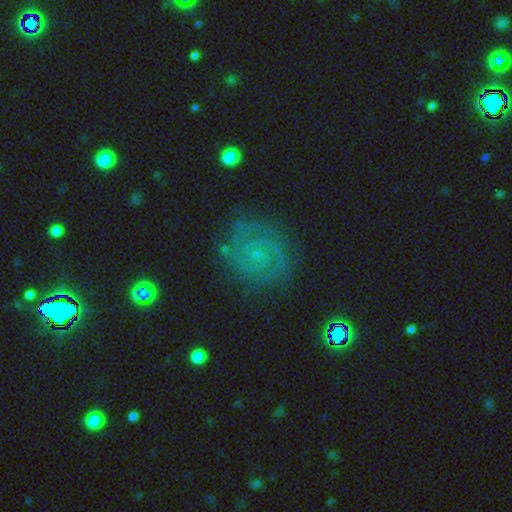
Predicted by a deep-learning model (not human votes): smooth-or-featured: featured or disk: 55% | star or artifact: 26% | smooth: 19%
  disk-edge-on: no: 98% | yes: 2%
    bar: no: 73% | weak: 23% | strong: 5%
    has-spiral-arms: yes: 90% | no: 10%
    bulge-size: small: 72% | moderate: 12% | none: 12% | large: 2% | dominant: 1%
  merging: none: 79% | minor disturbance: 13% | major disturbance: 6% | merger: 1%